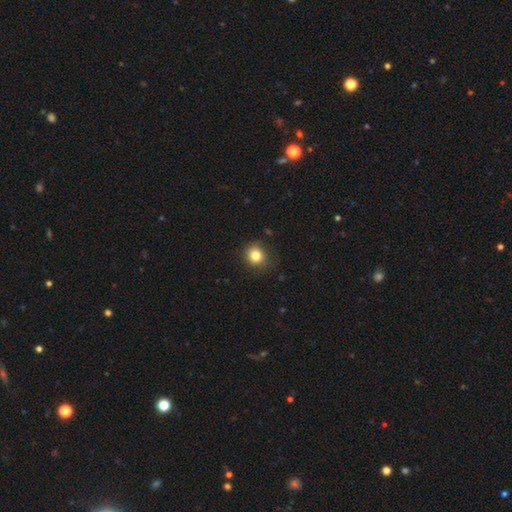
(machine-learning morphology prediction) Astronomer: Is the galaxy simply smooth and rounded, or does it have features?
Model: smooth — 82%.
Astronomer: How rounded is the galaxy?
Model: round — 86%.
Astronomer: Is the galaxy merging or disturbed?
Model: none — 85%.